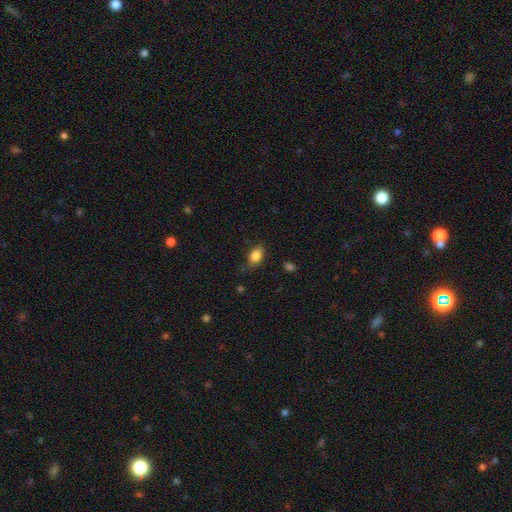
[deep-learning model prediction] The model was most divided on "merging": none: 73%, minor disturbance: 20%, major disturbance: 5%, merger: 2%. More confident: how rounded — in between (86%); smooth or featured — smooth (85%).